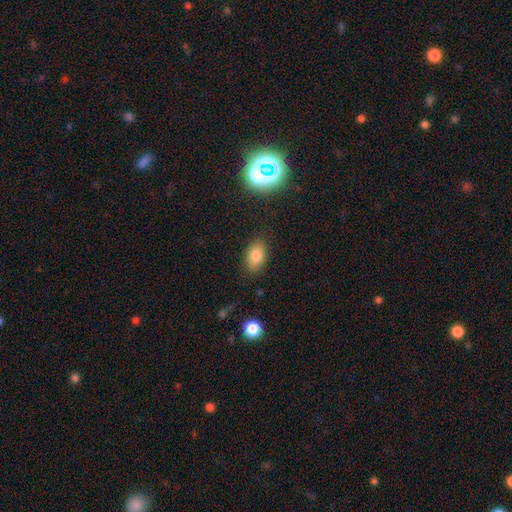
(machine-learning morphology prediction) Smooth or featured? smooth (81%)
How rounded? in between (86%)
Merging? none (84%)